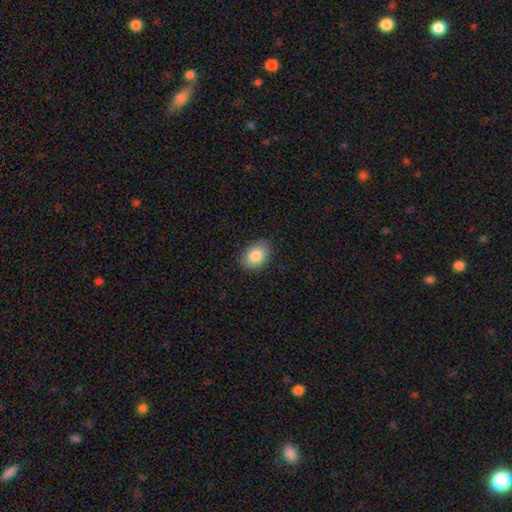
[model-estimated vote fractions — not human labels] smooth_or_featured: smooth (p=0.86) [alt: star or artifact p=0.07]
how_rounded: in between (p=0.80) [alt: round p=0.19]
merging: none (p=0.87) [alt: minor disturbance p=0.10]